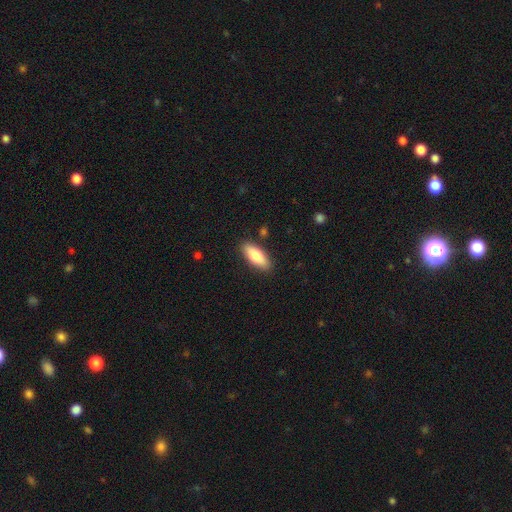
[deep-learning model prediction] This appears to be a smooth galaxy with no disk features (78%) that is in between round and cigar-shaped (70%). Merging: none (87%).